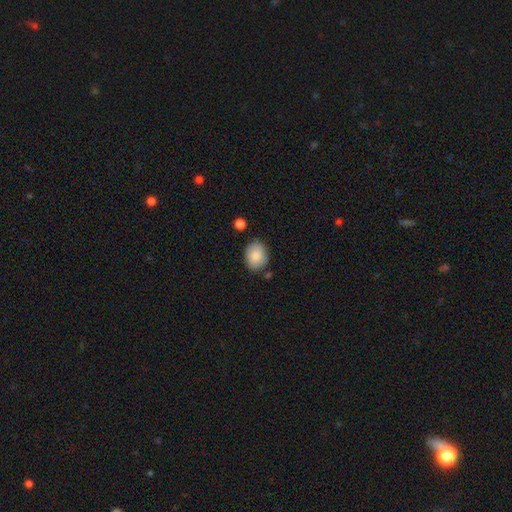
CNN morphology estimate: Smooth or featured? Predicted: smooth (p=0.86). How rounded? Predicted: in between (p=0.57). Merging? Predicted: none (p=0.81).